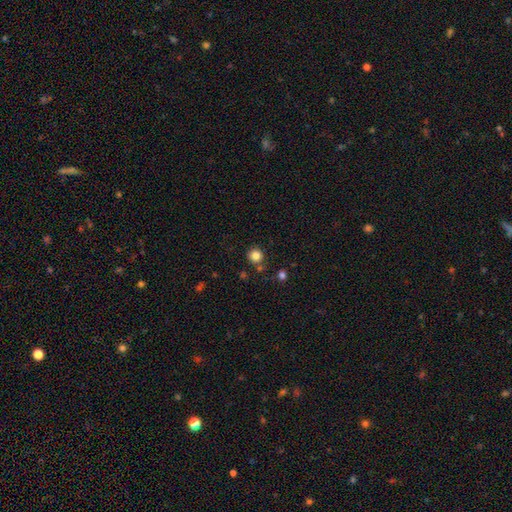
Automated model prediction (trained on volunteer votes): Smooth or featured: smooth — 83% (star or artifact — 12%)
How rounded: round — 93% (in between — 6%)
Merging: none — 81% (minor disturbance — 9%)